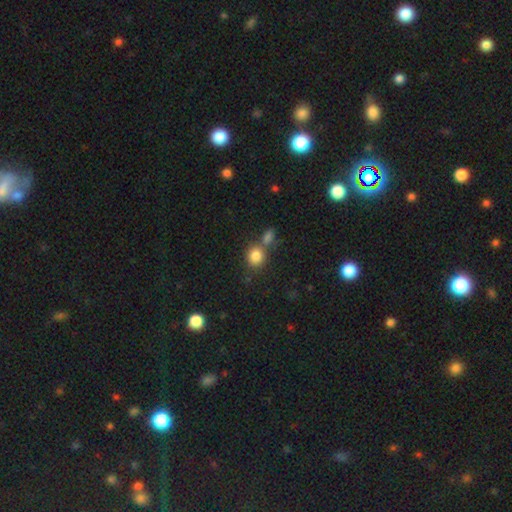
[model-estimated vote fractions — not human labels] The model was most divided on "merging": none: 54%, merger: 32%, minor disturbance: 10%, major disturbance: 4%. More confident: smooth or featured — smooth (83%); how rounded — round (76%).